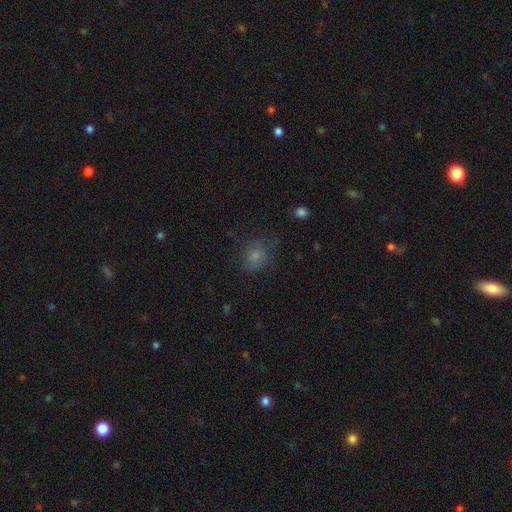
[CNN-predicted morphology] Overall: smooth (77%). How rounded: round (58%; in between 41%). Merging: none (69%).